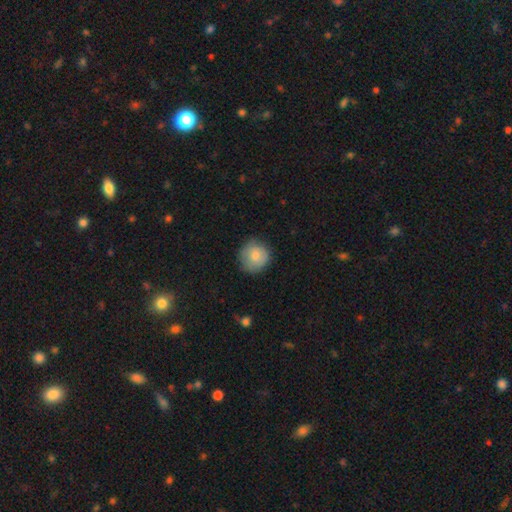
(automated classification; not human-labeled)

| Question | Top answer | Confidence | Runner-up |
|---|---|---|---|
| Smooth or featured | smooth | 79% | featured or disk (14%) |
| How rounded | round | 92% | in between (7%) |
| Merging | none | 80% | minor disturbance (16%) |